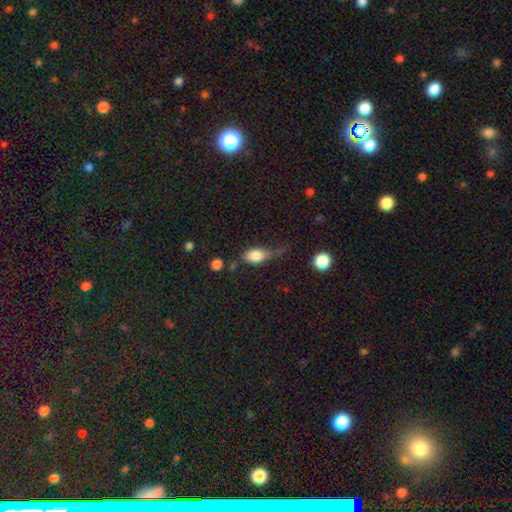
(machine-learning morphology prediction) Overall: smooth (77%). How rounded: in between (83%). Merging: none (36%; minor disturbance 34%).